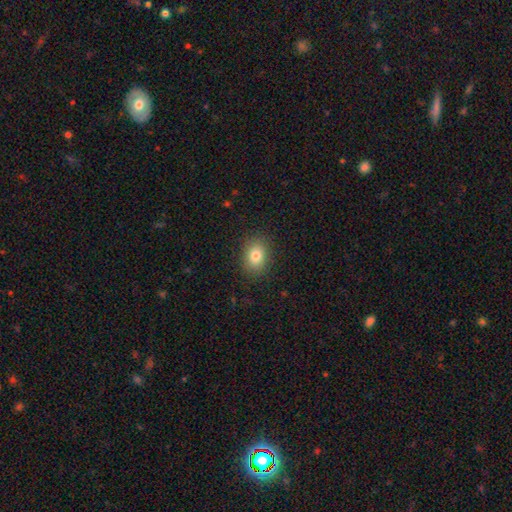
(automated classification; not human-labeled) Smooth or featured? Predicted: smooth (p=0.81). How rounded? Predicted: in between (p=0.65). Merging? Predicted: none (p=0.87).